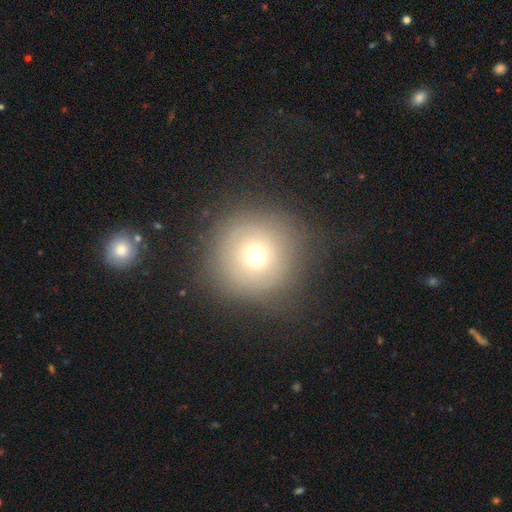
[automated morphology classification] The model was most divided on "smooth or featured": smooth: 66%, featured or disk: 18%, star or artifact: 16%. More confident: how rounded — round (94%); merging — none (79%).